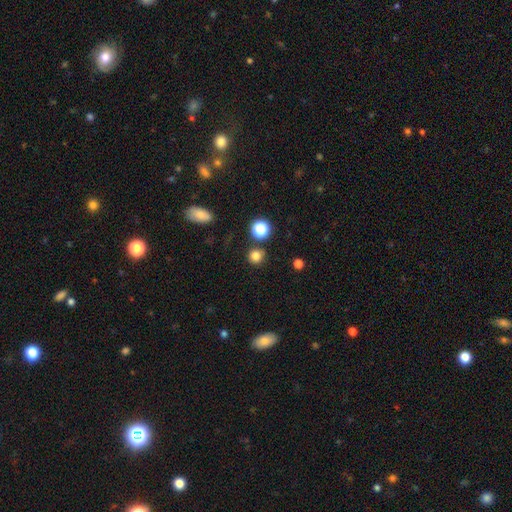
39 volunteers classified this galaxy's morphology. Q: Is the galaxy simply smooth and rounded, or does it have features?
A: smooth — 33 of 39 (85%).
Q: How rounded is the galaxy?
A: round — 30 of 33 (91%).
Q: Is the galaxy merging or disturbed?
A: none — 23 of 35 (66%).